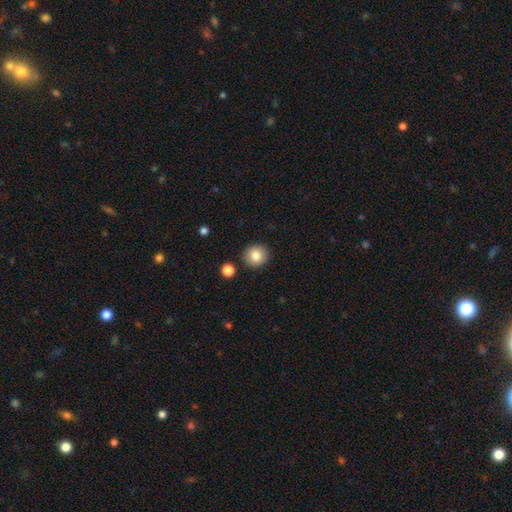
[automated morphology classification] smooth-or-featured: smooth: 84% | star or artifact: 9% | featured or disk: 7%
  how-rounded: round: 91% | in between: 8% | cigar-shaped: 1%
  merging: none: 89% | minor disturbance: 7% | merger: 2% | major disturbance: 2%